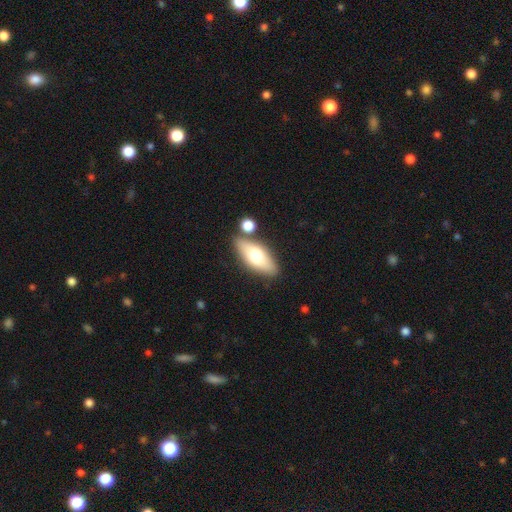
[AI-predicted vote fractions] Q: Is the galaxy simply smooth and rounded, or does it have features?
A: smooth — 64%.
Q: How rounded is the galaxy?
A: in between — 76%.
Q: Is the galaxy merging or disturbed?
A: none — 75%.